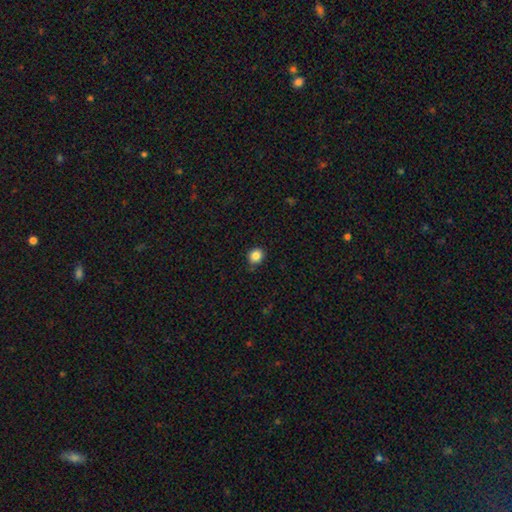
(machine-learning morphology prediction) A smooth galaxy with no disk features (85%) that is round (78%). Merging: none (83%).